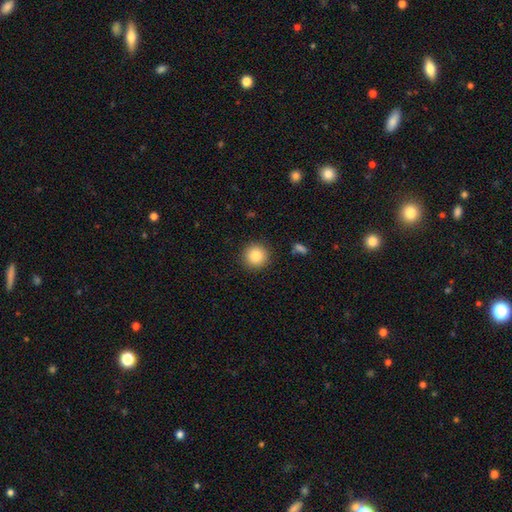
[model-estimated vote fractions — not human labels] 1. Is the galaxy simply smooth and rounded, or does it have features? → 85% smooth, 9% star or artifact, 6% featured or disk.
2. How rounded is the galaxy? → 94% round, 5% in between, 1% cigar-shaped.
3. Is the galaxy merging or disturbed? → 90% none, 7% minor disturbance, 2% major disturbance, 1% merger.